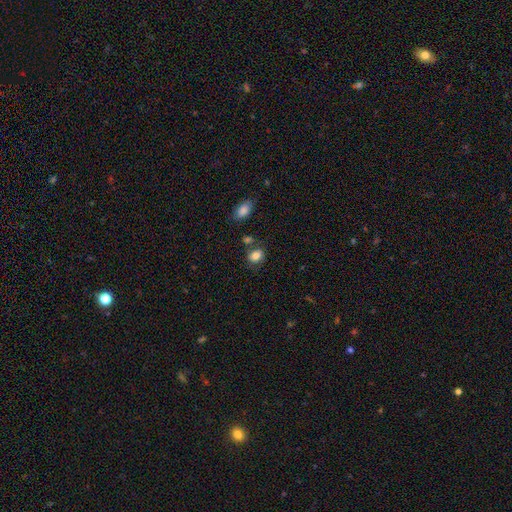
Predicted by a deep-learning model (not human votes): A smooth galaxy with no disk features (81%) that is in between round and cigar-shaped (54%). Merging: none (67%).